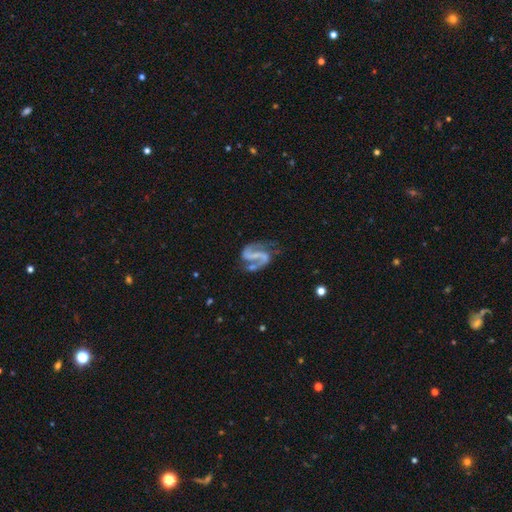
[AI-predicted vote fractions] featured or disk 90%, star or artifact 5%, smooth 5%. Down the decision tree: edge-on disk — no (98%); bar — strong (43%); spiral arms — yes (96%); spiral arm count — 2 (92%); spiral winding — loose (47%); bulge size — none (59%); merging — none (62%).